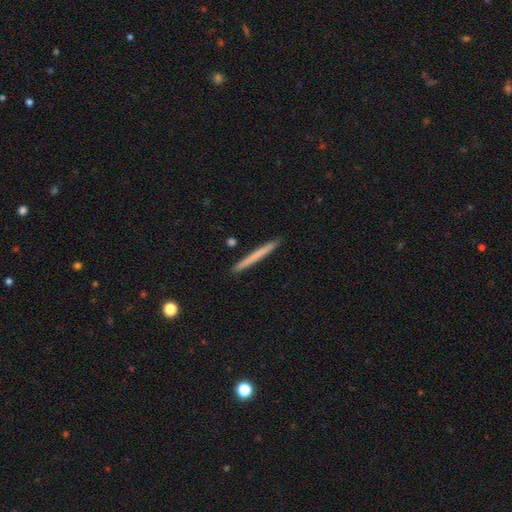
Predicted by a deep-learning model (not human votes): smooth 65%, featured or disk 29%, star or artifact 6%. Down the decision tree: how rounded — cigar-shaped (97%); merging — none (92%).